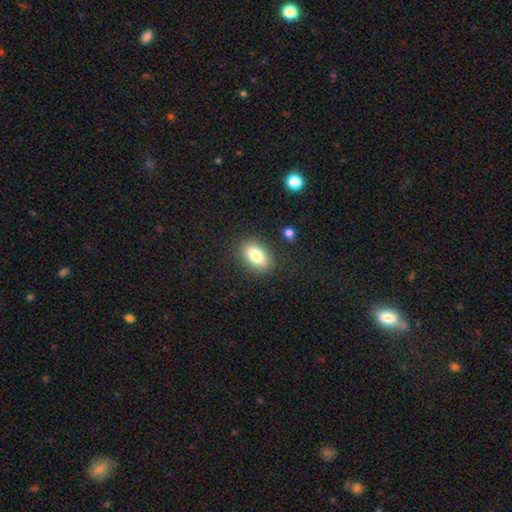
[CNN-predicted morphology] A smooth galaxy with no disk features (81%) that is in between round and cigar-shaped (86%). Merging: none (85%).